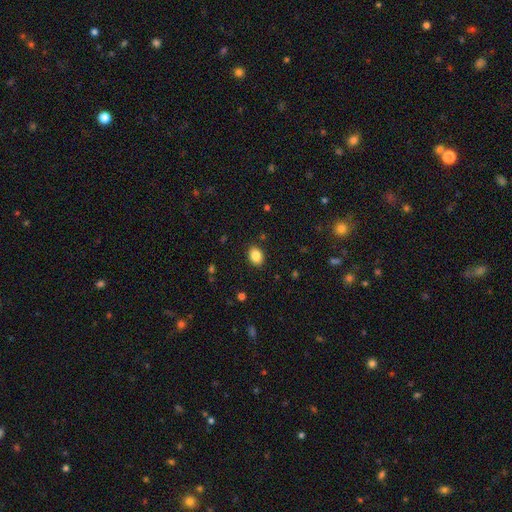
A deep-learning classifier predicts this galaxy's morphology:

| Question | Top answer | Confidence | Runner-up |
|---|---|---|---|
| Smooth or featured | smooth | 86% | star or artifact (9%) |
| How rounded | in between | 61% | round (38%) |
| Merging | none | 88% | minor disturbance (8%) |